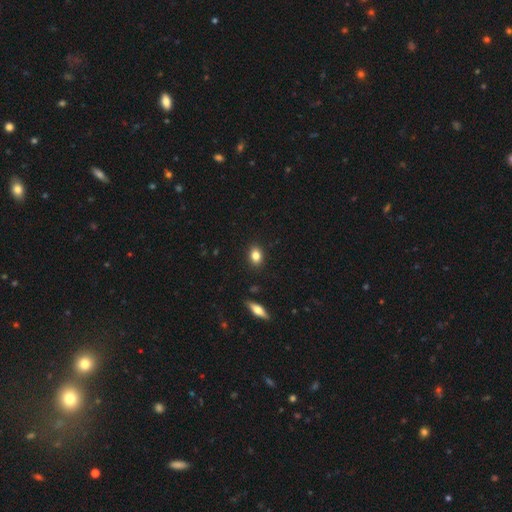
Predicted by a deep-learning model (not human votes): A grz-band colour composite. It shows a smooth galaxy with no disk features (83%) that is in between round and cigar-shaped (65%). Merging: none (89%).